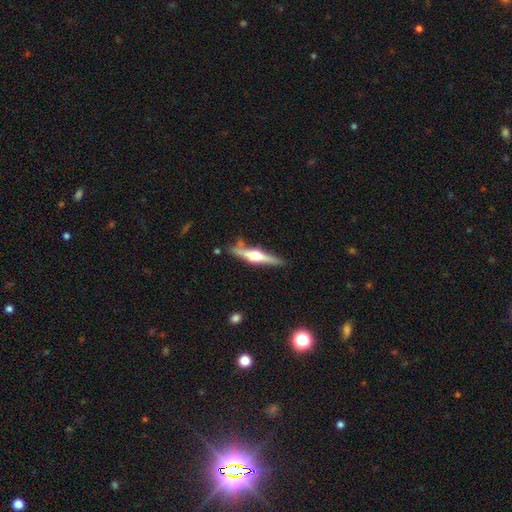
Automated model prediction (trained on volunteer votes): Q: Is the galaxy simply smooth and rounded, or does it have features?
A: featured or disk — 71%.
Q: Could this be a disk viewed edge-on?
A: yes — 97%.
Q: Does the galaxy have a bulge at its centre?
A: rounded — 93%.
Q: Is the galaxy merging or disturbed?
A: none — 79%.